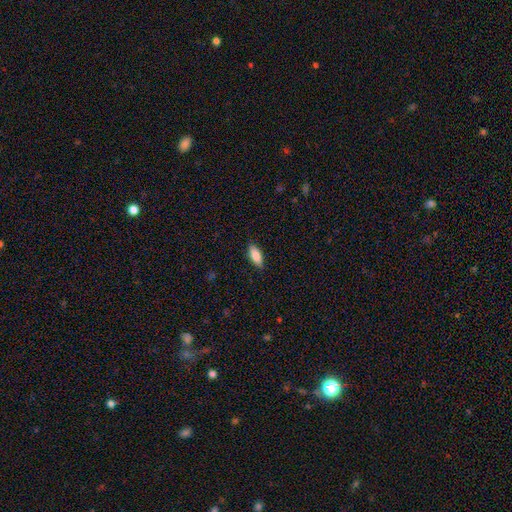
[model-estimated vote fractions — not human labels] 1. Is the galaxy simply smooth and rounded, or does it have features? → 85% smooth, 9% featured or disk, 6% star or artifact.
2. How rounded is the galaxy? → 77% in between, 21% cigar-shaped, 2% round.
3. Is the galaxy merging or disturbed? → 88% none, 9% minor disturbance, 2% major disturbance, 1% merger.